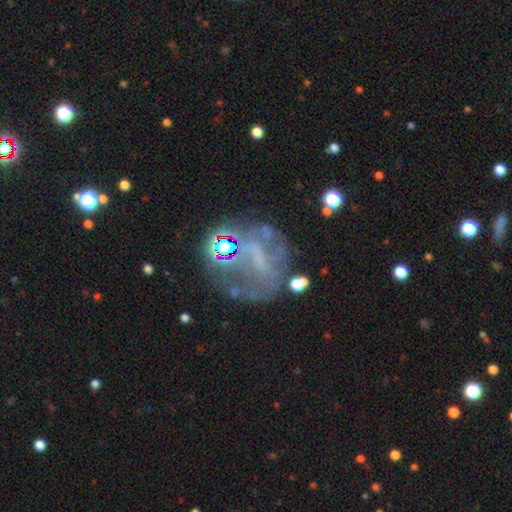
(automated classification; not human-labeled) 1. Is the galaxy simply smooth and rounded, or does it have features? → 54% featured or disk, 26% star or artifact, 20% smooth.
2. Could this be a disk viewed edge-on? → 97% no, 3% yes.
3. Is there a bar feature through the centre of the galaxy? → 58% no, 28% weak, 14% strong.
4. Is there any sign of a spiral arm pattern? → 60% no, 40% yes.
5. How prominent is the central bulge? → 60% none, 24% small, 12% moderate, 3% large, 1% dominant.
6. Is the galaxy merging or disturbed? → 41% none, 33% major disturbance, 19% minor disturbance, 8% merger.